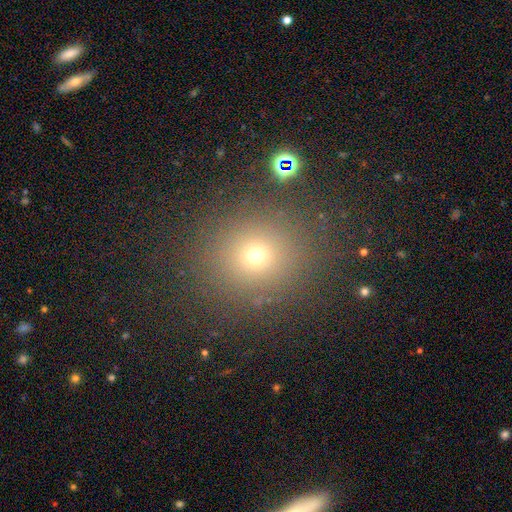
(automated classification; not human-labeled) Smooth or featured? Predicted: smooth (p=0.64). How rounded? Predicted: round (p=0.83). Merging? Predicted: none (p=0.86).